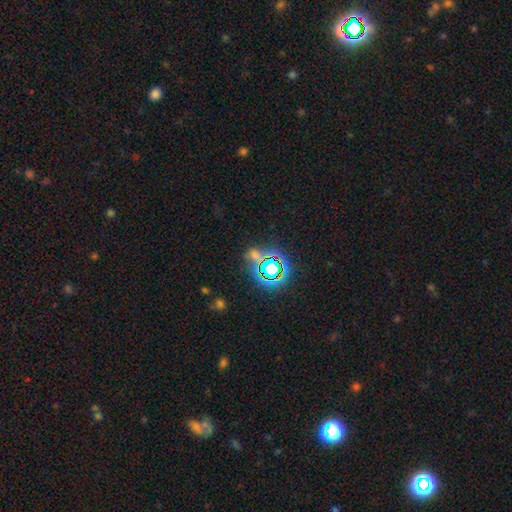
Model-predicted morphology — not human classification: type=star or artifact (62%).